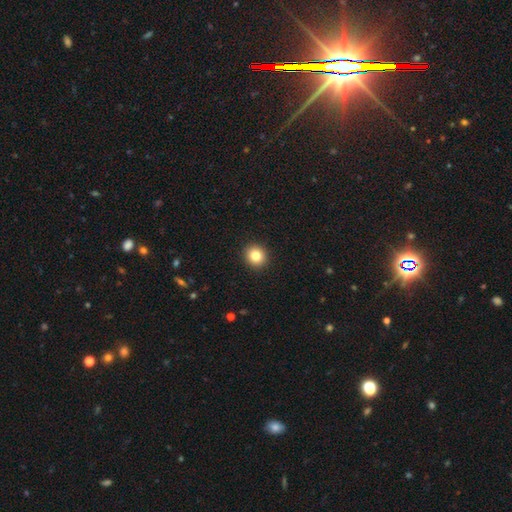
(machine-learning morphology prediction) smooth 83%, star or artifact 11%, featured or disk 7%. Down the decision tree: how rounded — round (88%); merging — none (93%).